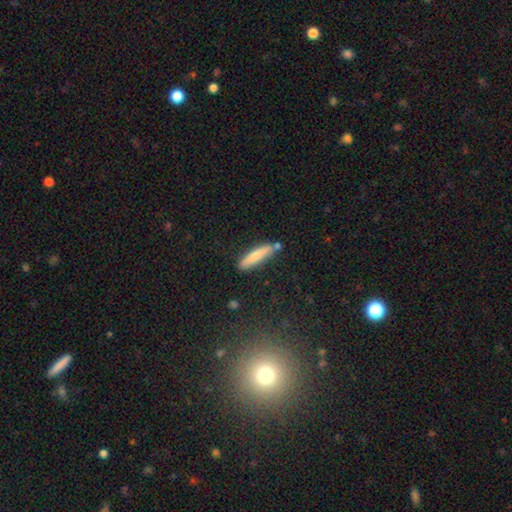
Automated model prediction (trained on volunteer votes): Smooth or featured? smooth (73%)
How rounded? cigar-shaped (84%)
Merging? none (78%)